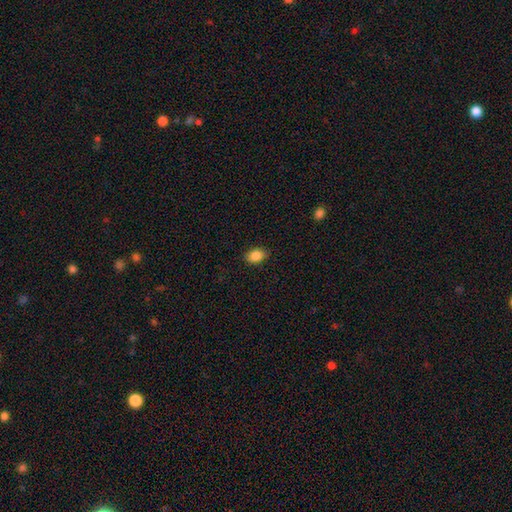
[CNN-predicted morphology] The model was most divided on "how rounded": in between: 77%, round: 21%, cigar-shaped: 1%. More confident: merging — none (87%); smooth or featured — smooth (86%).